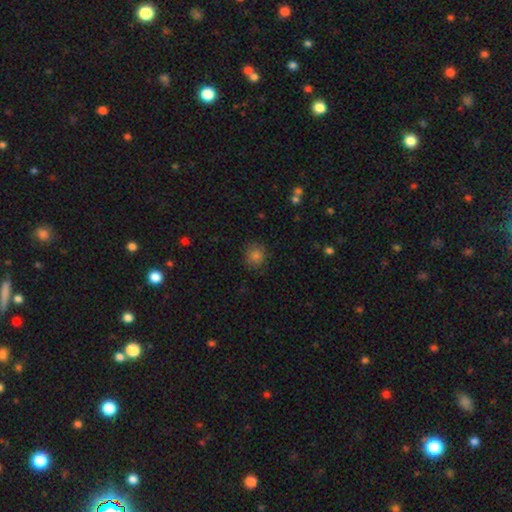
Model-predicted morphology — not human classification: type=smooth (82%); roundness=round (88%); merging=none (86%).